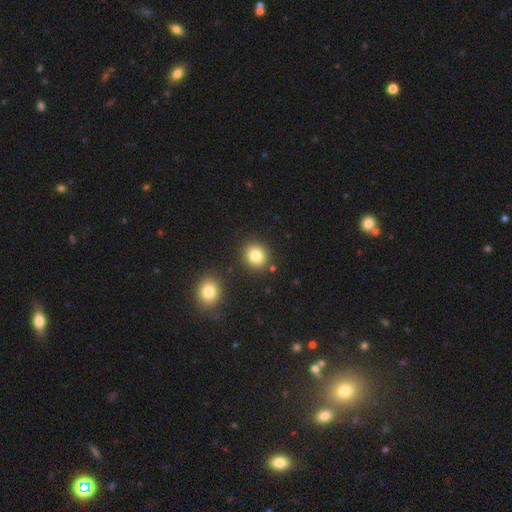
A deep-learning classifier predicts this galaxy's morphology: The model was most divided on "how rounded": round: 80%, in between: 19%, cigar-shaped: 1%. More confident: merging — none (85%); smooth or featured — smooth (82%).